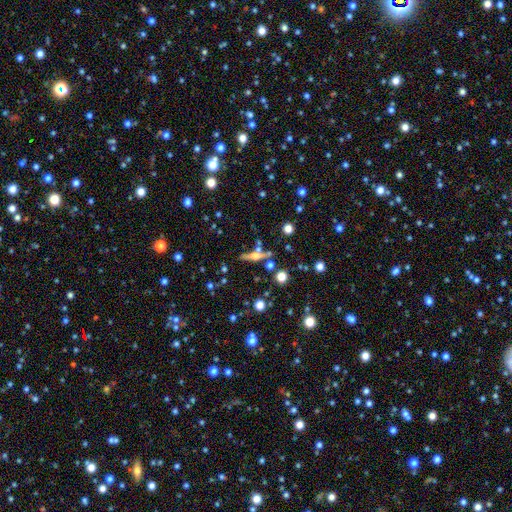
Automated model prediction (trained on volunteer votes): Smooth or featured?
  - featured or disk: 52% *
  - smooth: 36%
  - star or artifact: 12%
Edge-on disk?
  - yes: 88% *
  - no: 12%
Merging?
  - none: 65% *
  - merger: 16%
  - minor disturbance: 14%
  - major disturbance: 5%